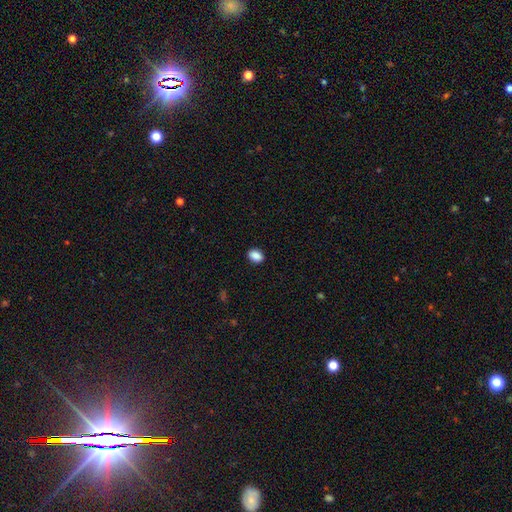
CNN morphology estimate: Smooth or featured?
  - smooth: 89% *
  - star or artifact: 9%
  - featured or disk: 3%
How rounded?
  - in between: 75% *
  - round: 23%
  - cigar-shaped: 1%
Merging?
  - none: 89% *
  - minor disturbance: 8%
  - major disturbance: 2%
  - merger: 1%